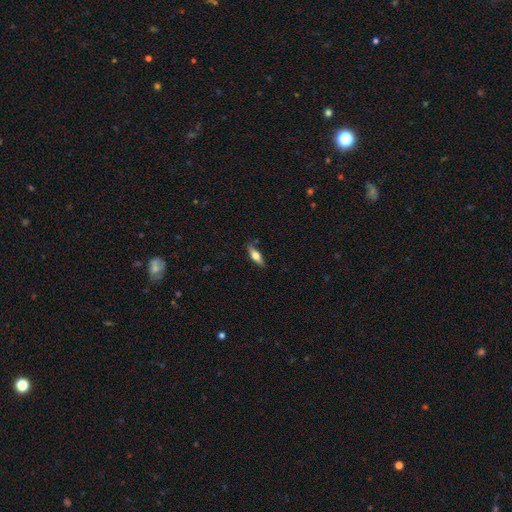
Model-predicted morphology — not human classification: Overall: smooth (59%; featured or disk 35%). How rounded: in between (56%; cigar-shaped 41%). Merging: none (80%).